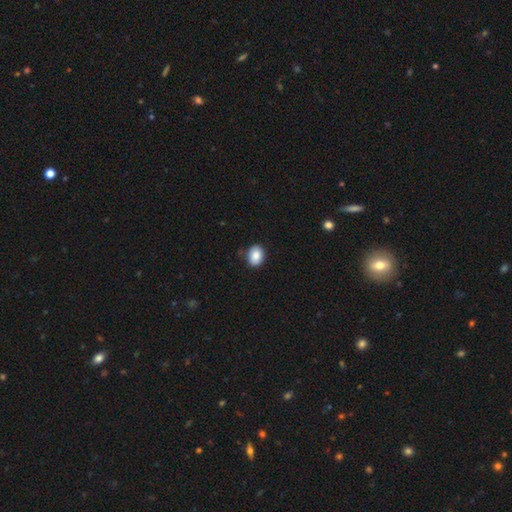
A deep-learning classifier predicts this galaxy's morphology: Overall: smooth (87%). How rounded: in between (62%; round 37%). Merging: none (86%).